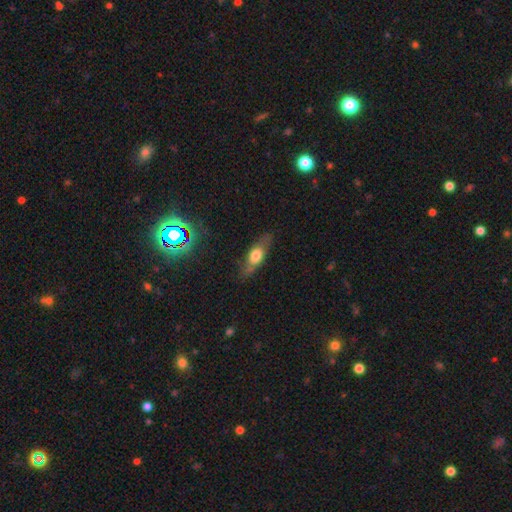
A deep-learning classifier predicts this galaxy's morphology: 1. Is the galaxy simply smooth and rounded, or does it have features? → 50% smooth, 41% featured or disk, 9% star or artifact.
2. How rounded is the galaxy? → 57% in between, 36% cigar-shaped, 8% round.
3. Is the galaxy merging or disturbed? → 74% none, 18% minor disturbance, 6% major disturbance, 2% merger.